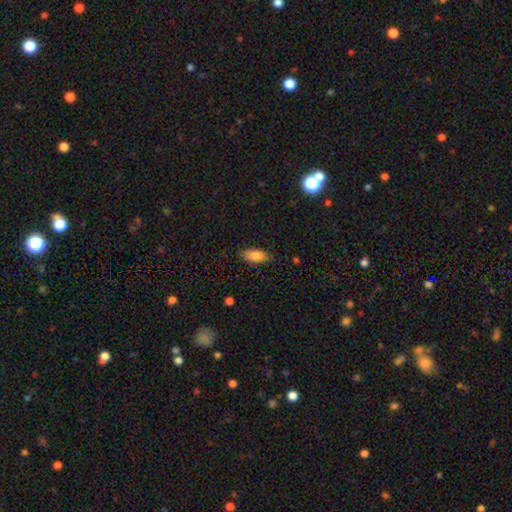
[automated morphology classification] Q: Smooth or featured?
A: smooth (83%); runner-up: featured or disk (10%)
Q: How rounded?
A: in between (85%); runner-up: cigar-shaped (12%)
Q: Merging?
A: none (82%); runner-up: minor disturbance (14%)